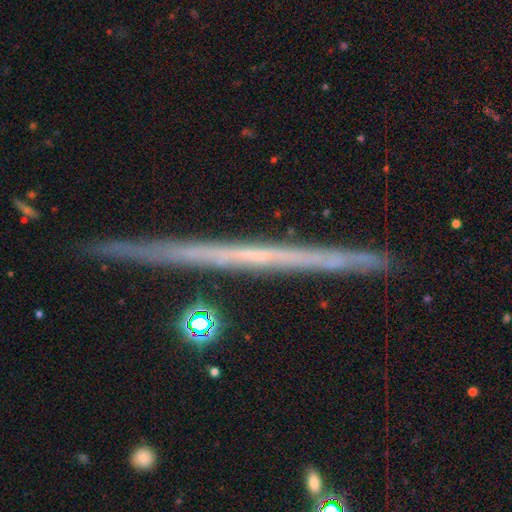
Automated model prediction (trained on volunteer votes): featured or disk 68%, smooth 21%, star or artifact 11%. Down the decision tree: edge-on disk — yes (98%); edge-on bulge — none (90%); merging — none (90%).